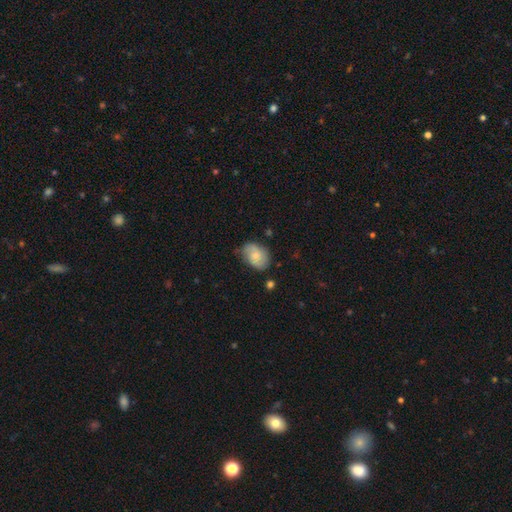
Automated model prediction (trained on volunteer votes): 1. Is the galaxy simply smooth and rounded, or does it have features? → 52% smooth, 41% featured or disk, 7% star or artifact.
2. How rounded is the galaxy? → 79% in between, 20% round, 1% cigar-shaped.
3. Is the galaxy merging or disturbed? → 65% none, 26% minor disturbance, 6% major disturbance, 2% merger.